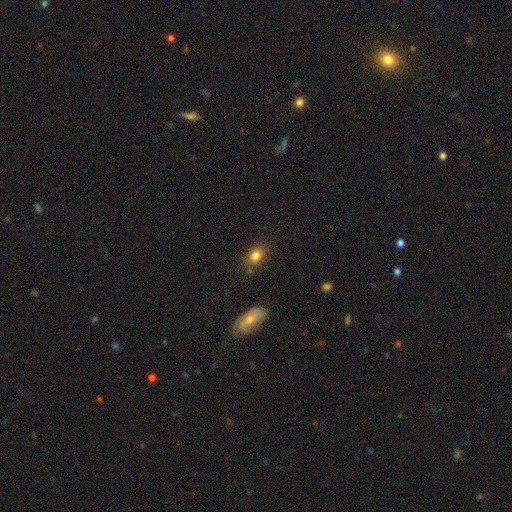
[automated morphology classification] This appears to be a smooth galaxy with no disk features (82%) that is in between round and cigar-shaped (64%). Merging: none (75%).